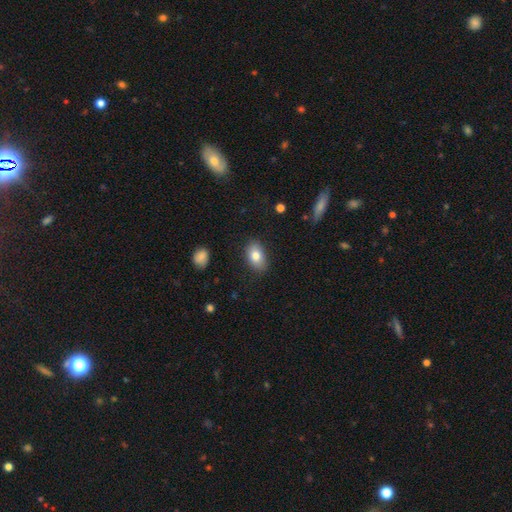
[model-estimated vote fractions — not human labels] smooth_or_featured: smooth (p=0.81) [alt: featured or disk p=0.11]
how_rounded: in between (p=0.88) [alt: round p=0.10]
merging: none (p=0.84) [alt: minor disturbance p=0.12]